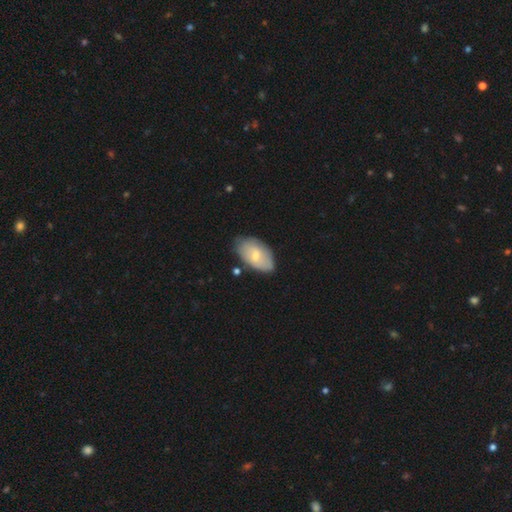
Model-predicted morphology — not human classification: smooth_or_featured: smooth (p=0.60) [alt: featured or disk p=0.34]
how_rounded: in between (p=0.94) [alt: round p=0.04]
merging: none (p=0.67) [alt: minor disturbance p=0.25]